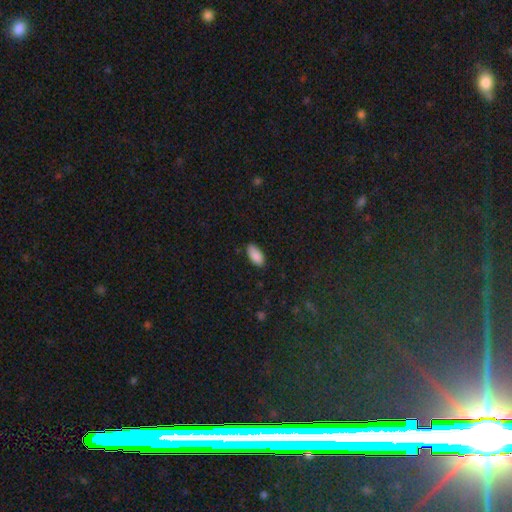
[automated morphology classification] This is clearly a smooth galaxy (89%). How rounded: clearly in between (92%). Merging: clearly none (83%).